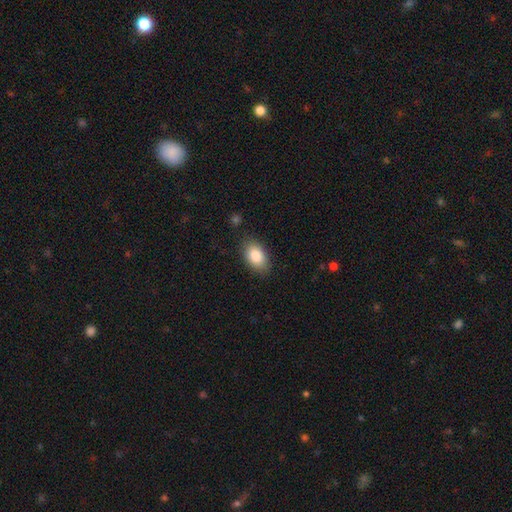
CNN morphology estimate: Smooth or featured: smooth — 86% (featured or disk — 8%)
How rounded: in between — 91% (round — 8%)
Merging: none — 84% (minor disturbance — 11%)